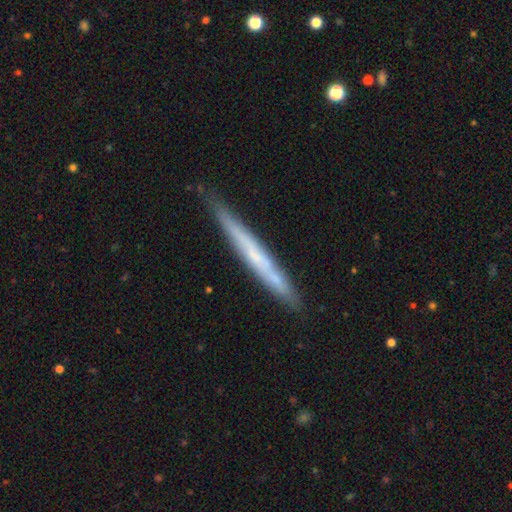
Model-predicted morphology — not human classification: Smooth or featured? Predicted: featured or disk (p=0.53). Edge-on disk? Predicted: yes (p=0.94). Merging? Predicted: none (p=0.81).